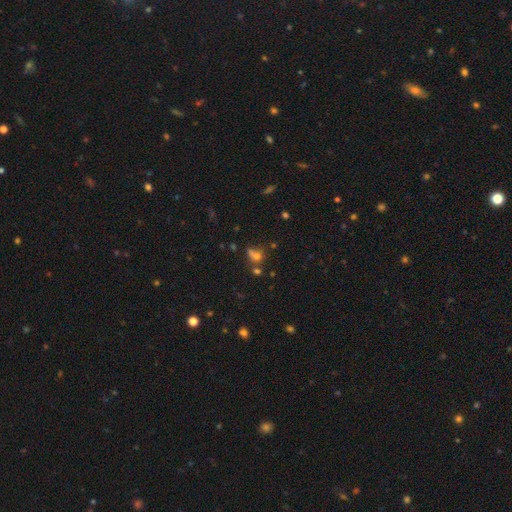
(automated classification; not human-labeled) This is likely a smooth galaxy (62%). How rounded: possibly round (59%). Merging: marginally none (39%).